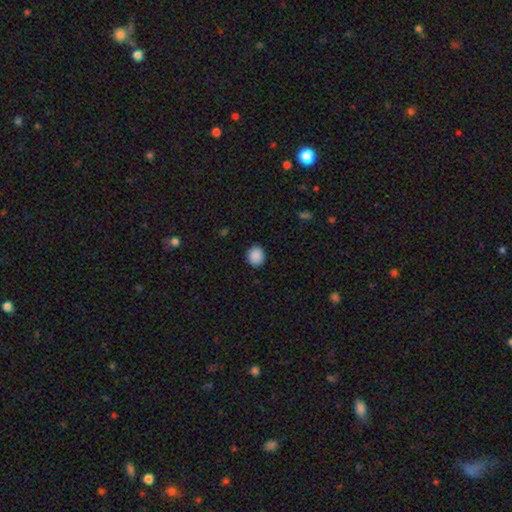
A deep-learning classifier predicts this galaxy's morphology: A smooth galaxy with no disk features (89%) that is round (76%). Merging: none (90%).